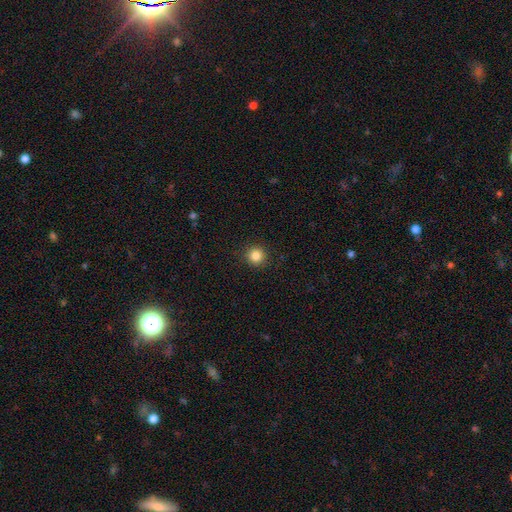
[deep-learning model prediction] A smooth galaxy with no disk features (85%) that is round (95%). Merging: none (92%).